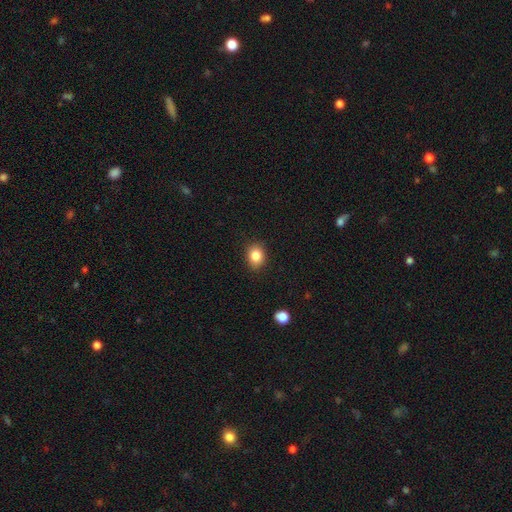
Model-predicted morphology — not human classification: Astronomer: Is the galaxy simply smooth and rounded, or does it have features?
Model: smooth — 84%.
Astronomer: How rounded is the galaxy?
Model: round — 52% (runner-up: in between, 47%).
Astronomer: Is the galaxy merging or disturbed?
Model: none — 87%.